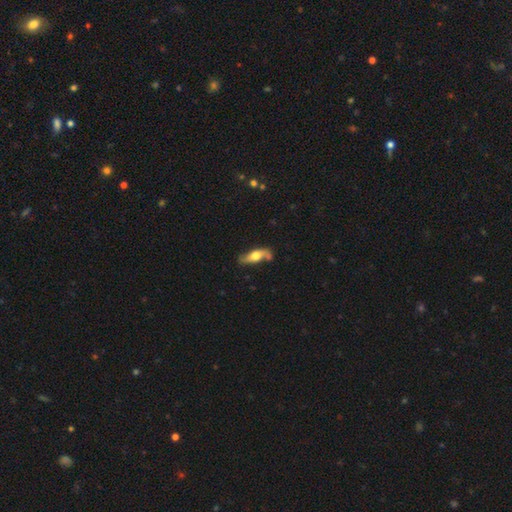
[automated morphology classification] Smooth or featured? Predicted: featured or disk (p=0.47). Merging? Predicted: none (p=0.63).